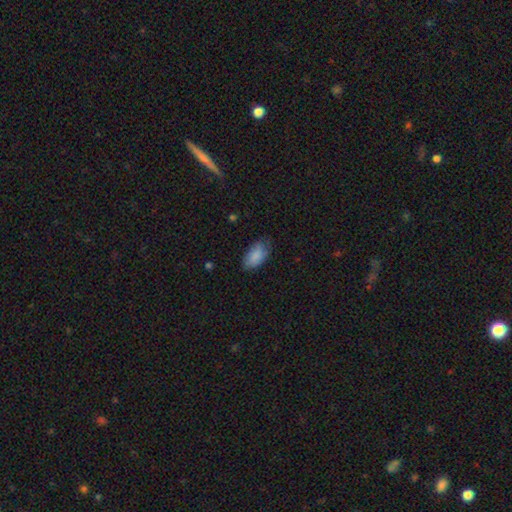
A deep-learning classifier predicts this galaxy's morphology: A smooth galaxy with no disk features (85%) that is in between round and cigar-shaped (93%).

Vote fractions:
- Smooth or featured? smooth: 85% / featured or disk: 8% / star or artifact: 7%
- How rounded? in between: 93% / round: 3% / cigar-shaped: 3%
- Merging? none: 63% / minor disturbance: 29% / major disturbance: 7% / merger: 1%